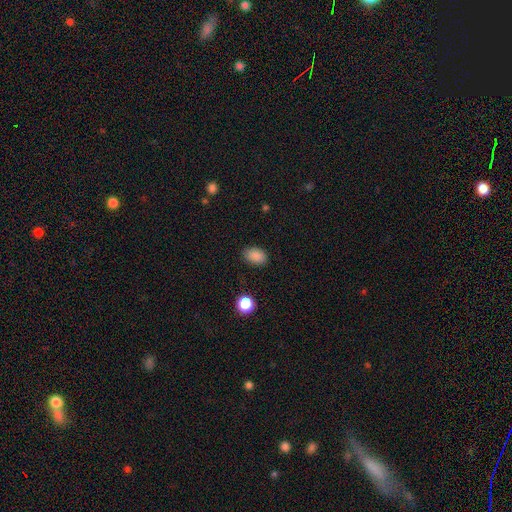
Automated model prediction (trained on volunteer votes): A smooth galaxy with no disk features (87%) that is in between round and cigar-shaped (82%). Merging: none (85%).